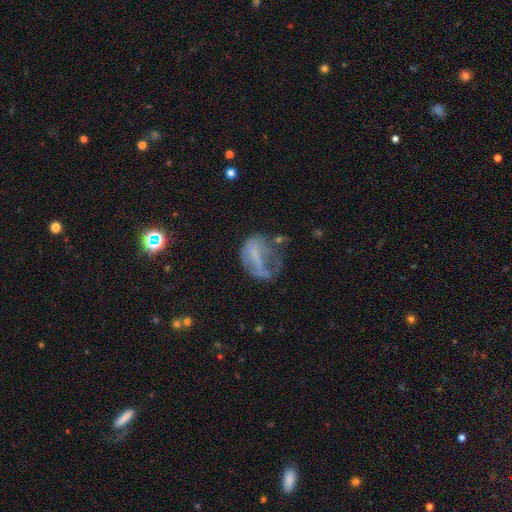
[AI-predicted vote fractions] Overall: featured or disk (48%; smooth 36%). Merging: major disturbance (42%; none 30%).